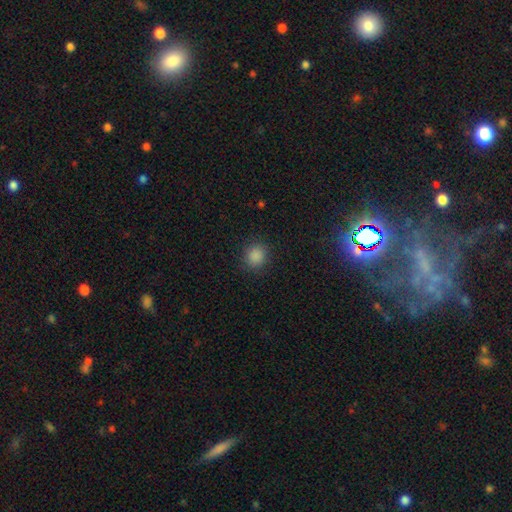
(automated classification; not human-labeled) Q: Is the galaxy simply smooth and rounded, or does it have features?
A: smooth — 86%.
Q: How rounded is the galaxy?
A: round — 86%.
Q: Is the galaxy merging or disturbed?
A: none — 88%.